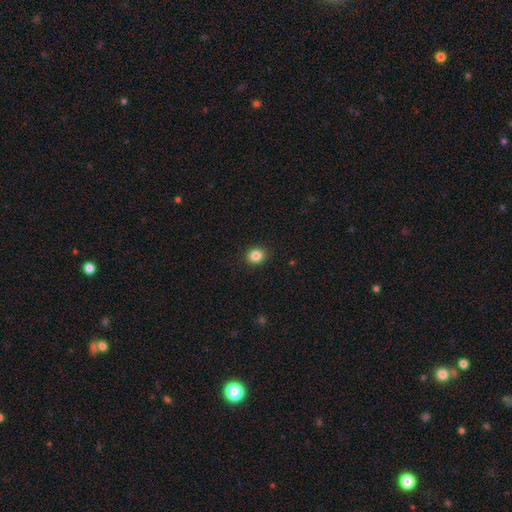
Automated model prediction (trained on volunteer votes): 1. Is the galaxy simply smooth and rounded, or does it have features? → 85% smooth, 11% star or artifact, 4% featured or disk.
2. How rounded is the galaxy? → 71% round, 28% in between, 1% cigar-shaped.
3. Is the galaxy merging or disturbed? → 91% none, 6% minor disturbance, 2% major disturbance, 1% merger.